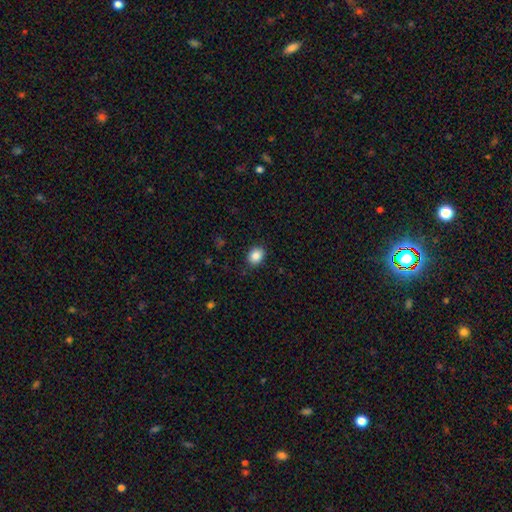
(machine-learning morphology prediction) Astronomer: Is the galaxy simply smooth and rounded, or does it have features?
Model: smooth — 87%.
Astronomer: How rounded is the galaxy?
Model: round — 51% (runner-up: in between, 48%).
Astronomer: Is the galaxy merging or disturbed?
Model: none — 87%.